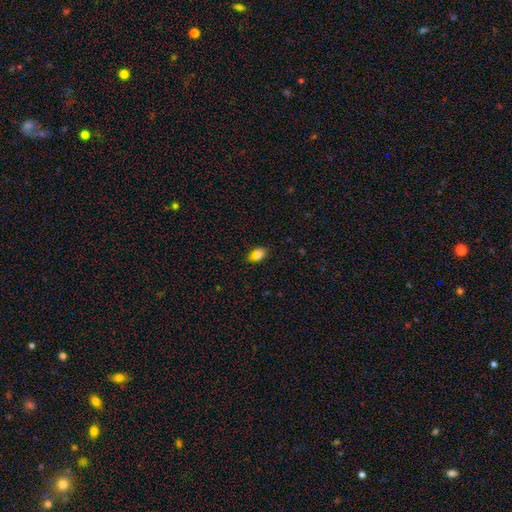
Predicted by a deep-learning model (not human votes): Smooth or featured? Predicted: smooth (p=0.78). How rounded? Predicted: in between (p=0.86). Merging? Predicted: none (p=0.82).